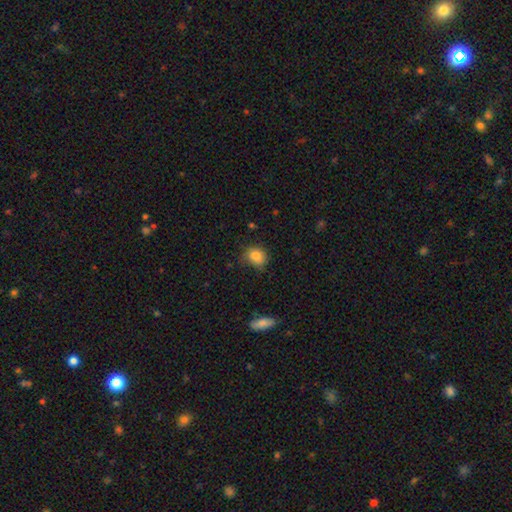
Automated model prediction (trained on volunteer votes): Smooth or featured: smooth — 82% (star or artifact — 10%)
How rounded: round — 61% (in between — 38%)
Merging: none — 68% (minor disturbance — 25%)